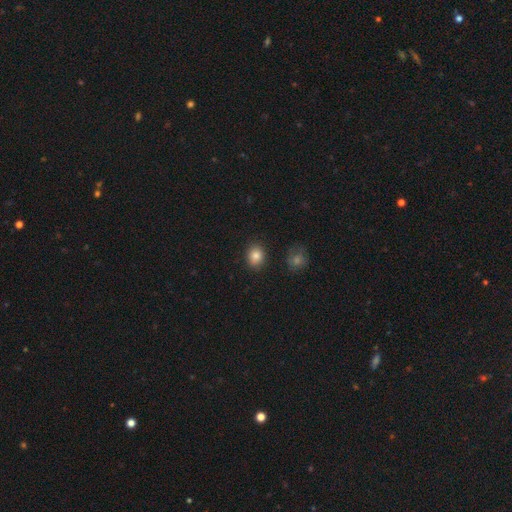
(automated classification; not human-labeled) Overall: smooth (85%). How rounded: round (54%; in between 45%). Merging: none (86%).